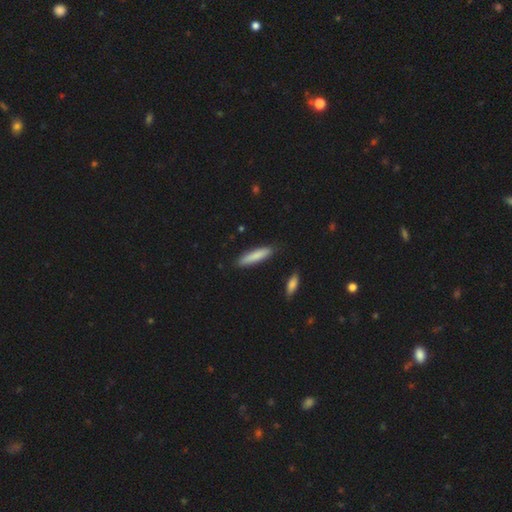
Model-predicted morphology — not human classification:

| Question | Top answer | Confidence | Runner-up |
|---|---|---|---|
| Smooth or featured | smooth | 82% | featured or disk (12%) |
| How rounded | cigar-shaped | 81% | in between (17%) |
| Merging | none | 87% | minor disturbance (9%) |